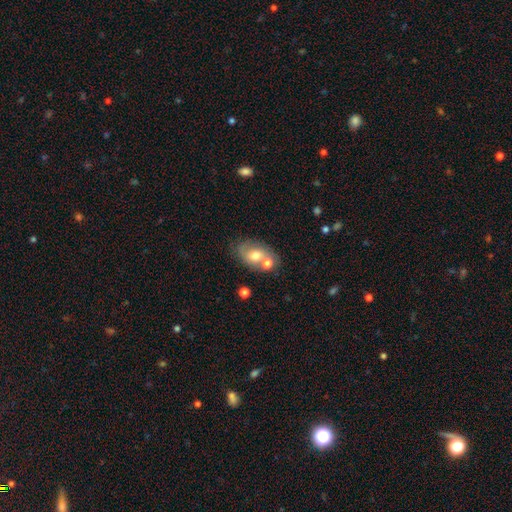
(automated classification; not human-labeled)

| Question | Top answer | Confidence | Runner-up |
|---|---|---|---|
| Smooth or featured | smooth | 60% | featured or disk (32%) |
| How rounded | in between | 77% | round (22%) |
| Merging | none | 41% | merger (38%) |